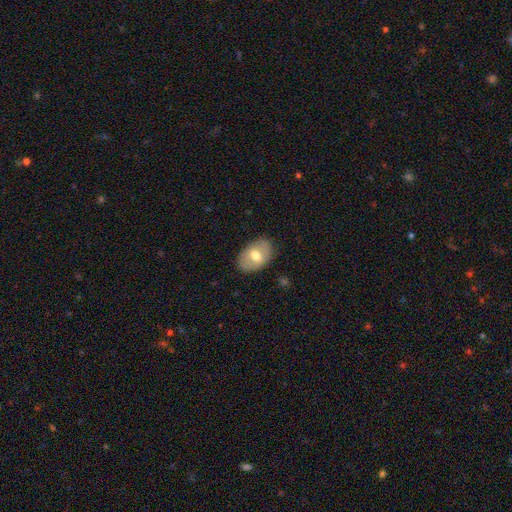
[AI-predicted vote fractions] Smooth or featured: smooth — 65% (featured or disk — 29%)
How rounded: in between — 86% (round — 13%)
Merging: none — 83% (minor disturbance — 13%)